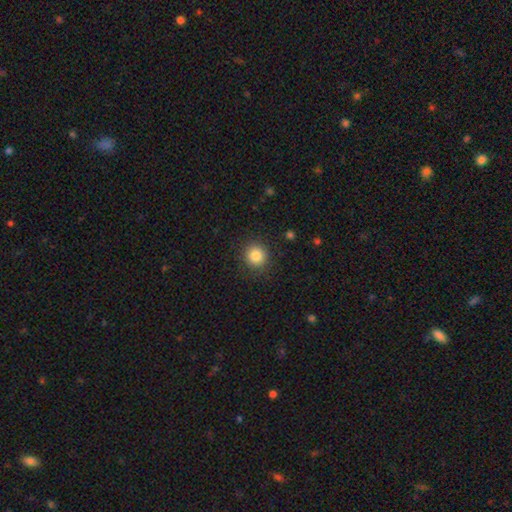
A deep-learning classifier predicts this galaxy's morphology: This is clearly a smooth galaxy (83%). How rounded: clearly round (93%). Merging: clearly none (89%).